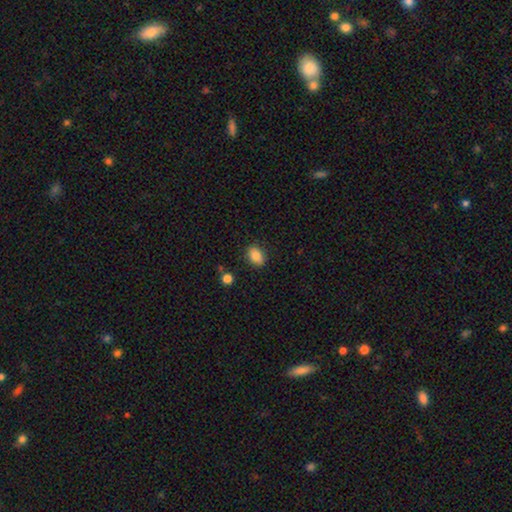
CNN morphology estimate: Smooth or featured: smooth — 85% (star or artifact — 9%)
How rounded: in between — 79% (round — 19%)
Merging: none — 83% (minor disturbance — 12%)